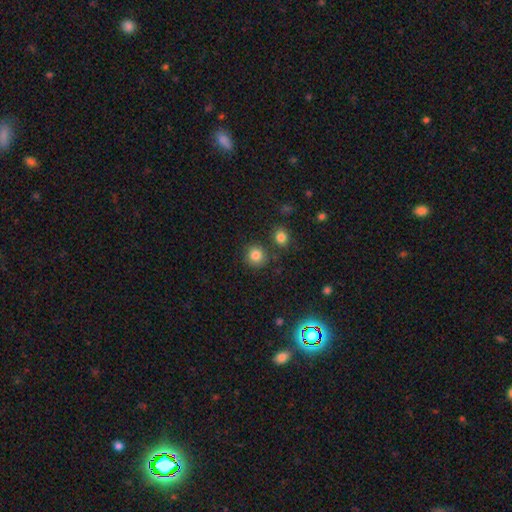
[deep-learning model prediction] smooth 83%, star or artifact 12%, featured or disk 5%. Down the decision tree: how rounded — round (89%); merging — none (82%).